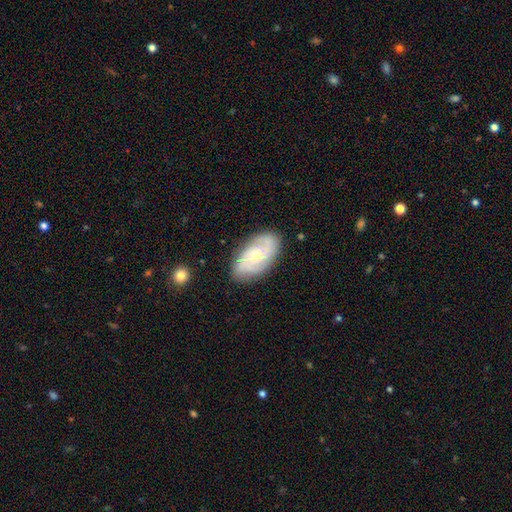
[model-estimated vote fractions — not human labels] Q: Smooth or featured?
A: featured or disk (78%); runner-up: smooth (16%)
Q: Edge-on disk?
A: no (96%); runner-up: yes (4%)
Q: Bar?
A: no (66%); runner-up: weak (30%)
Q: Spiral arms?
A: yes (95%); runner-up: no (5%)
Q: Spiral winding?
A: tight (47%); runner-up: medium (41%)
Q: Spiral arm count?
A: 2 (45%); runner-up: 3 (24%)
Q: Bulge size?
A: small (66%); runner-up: moderate (30%)
Q: Merging?
A: none (82%); runner-up: minor disturbance (13%)